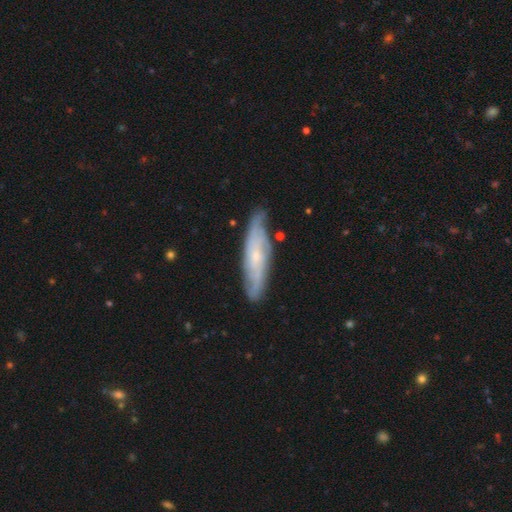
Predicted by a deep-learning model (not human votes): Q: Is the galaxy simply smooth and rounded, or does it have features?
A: featured or disk — 68%.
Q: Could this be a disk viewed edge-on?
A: no — 66%.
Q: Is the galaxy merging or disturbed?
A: none — 79%.